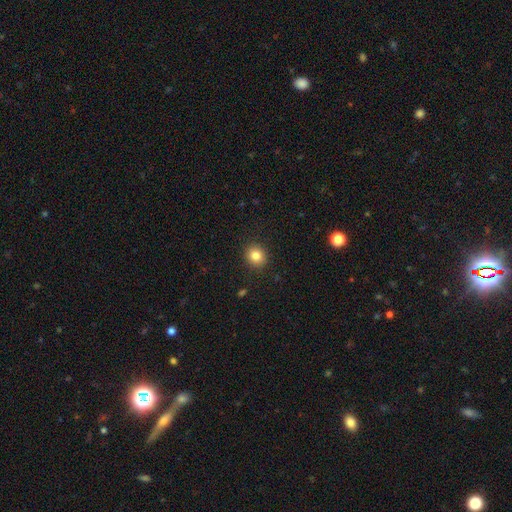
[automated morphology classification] Overall: smooth (83%). How rounded: round (86%). Merging: none (91%).